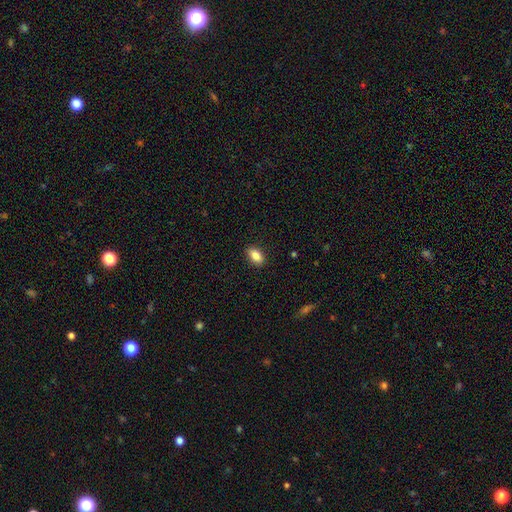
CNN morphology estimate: Smooth or featured?
  - smooth: 87% *
  - star or artifact: 8%
  - featured or disk: 6%
How rounded?
  - in between: 90% *
  - round: 7%
  - cigar-shaped: 3%
Merging?
  - none: 88% *
  - minor disturbance: 9%
  - major disturbance: 2%
  - merger: 1%